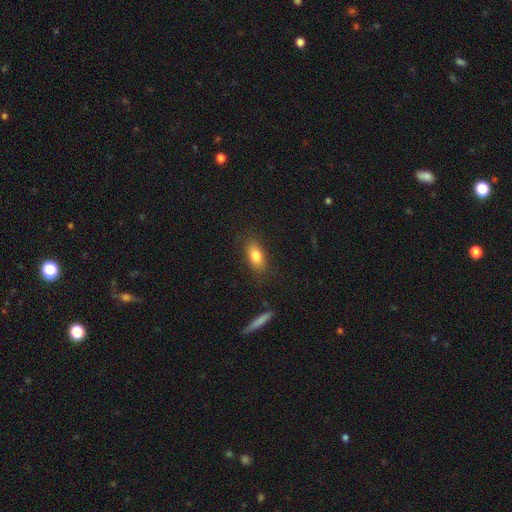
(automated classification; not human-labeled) smooth_or_featured: smooth (p=0.82) [alt: featured or disk p=0.10]
how_rounded: in between (p=0.83) [alt: cigar-shaped p=0.11]
merging: none (p=0.83) [alt: minor disturbance p=0.11]